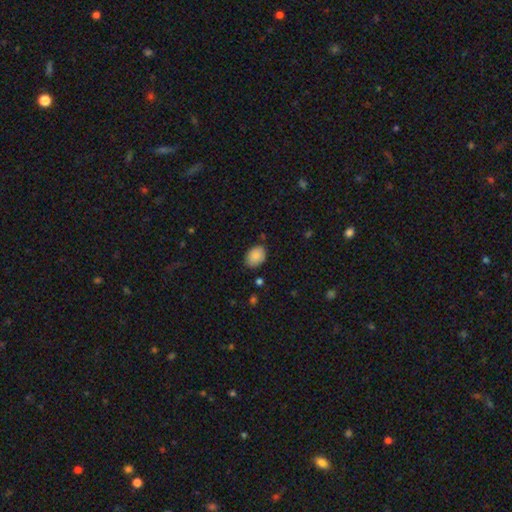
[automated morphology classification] The model was most divided on "how rounded": in between: 77%, round: 22%, cigar-shaped: 1%. More confident: smooth or featured — smooth (87%); merging — none (77%).